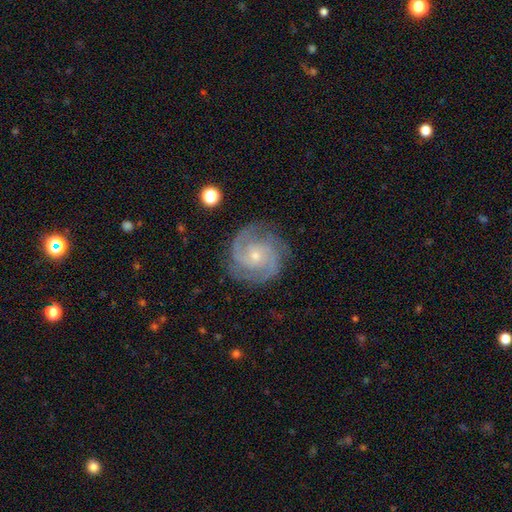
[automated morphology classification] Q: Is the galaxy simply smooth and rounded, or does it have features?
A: featured or disk — 89%.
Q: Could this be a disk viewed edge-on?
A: no — 98%.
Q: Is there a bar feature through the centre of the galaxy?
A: no — 70%.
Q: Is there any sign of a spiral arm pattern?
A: yes — 98%.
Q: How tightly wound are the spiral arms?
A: tight — 55%.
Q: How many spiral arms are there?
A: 2 — 37%.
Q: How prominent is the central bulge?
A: small — 70%.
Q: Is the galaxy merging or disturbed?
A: none — 81%.